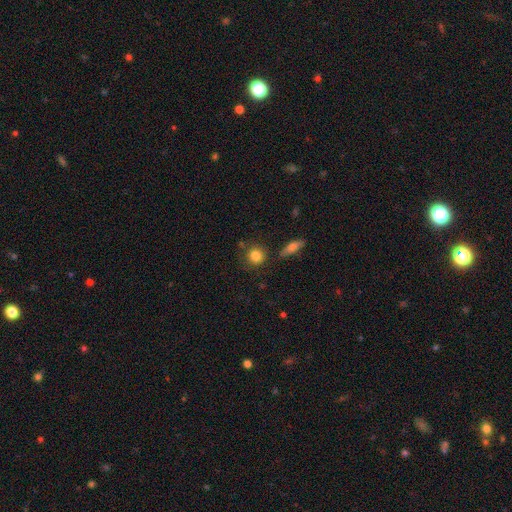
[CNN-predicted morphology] Smooth or featured?
  - smooth: 84% *
  - star or artifact: 9%
  - featured or disk: 7%
How rounded?
  - round: 86% *
  - in between: 12%
  - cigar-shaped: 2%
Merging?
  - none: 80% *
  - minor disturbance: 11%
  - merger: 6%
  - major disturbance: 3%